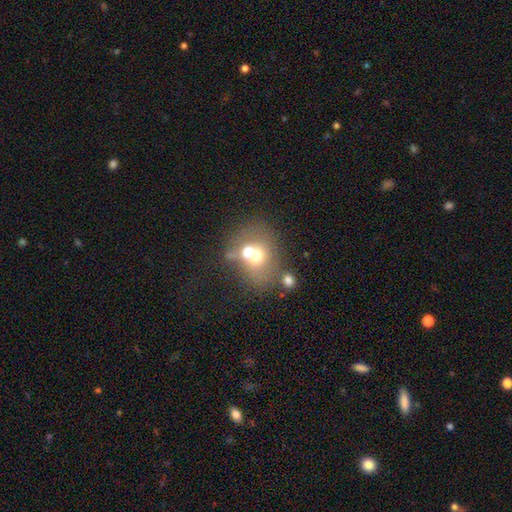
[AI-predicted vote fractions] Morphology: type=smooth (59%); roundness=round (61%); merging=merger (58%).